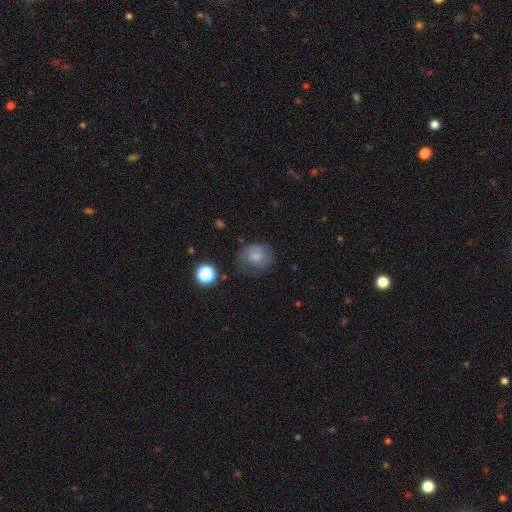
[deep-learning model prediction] This appears to be a smooth galaxy with no disk features (72%) that is round (72%). Merging: none (58%).